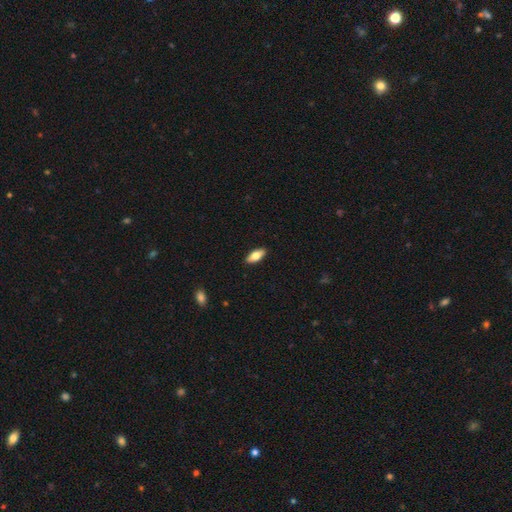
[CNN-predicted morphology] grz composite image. It shows a smooth galaxy with no disk features (70%) that is in between round and cigar-shaped (82%). Merging: none (90%).